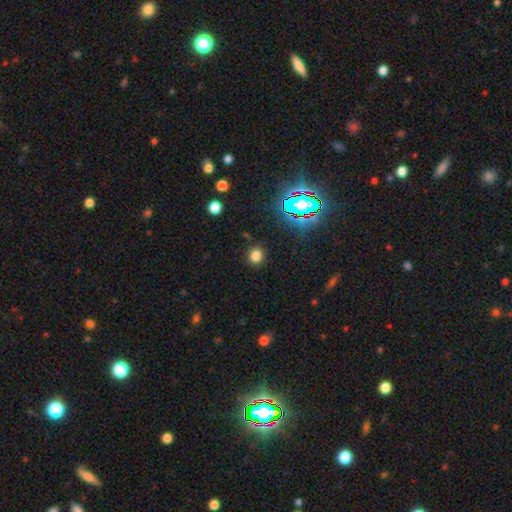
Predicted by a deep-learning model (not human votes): Smooth or featured: smooth — 76% (star or artifact — 19%)
How rounded: round — 76% (in between — 23%)
Merging: none — 87% (minor disturbance — 8%)